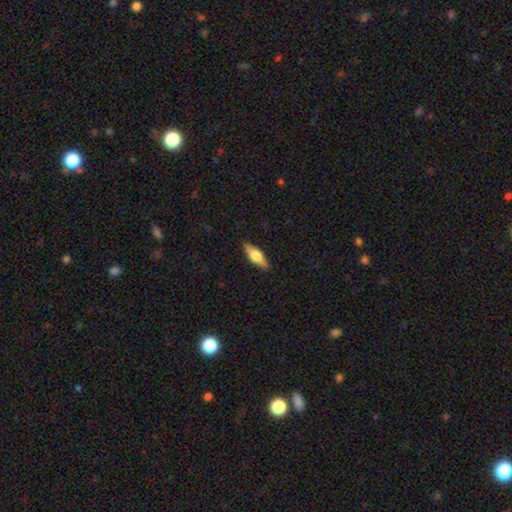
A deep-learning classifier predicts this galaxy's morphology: This appears to be a smooth galaxy with no disk features (49%). Merging: none (88%).